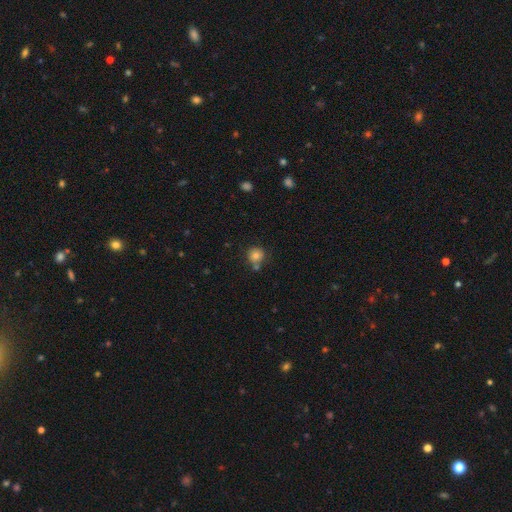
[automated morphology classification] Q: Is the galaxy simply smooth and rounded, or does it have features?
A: smooth — 78%.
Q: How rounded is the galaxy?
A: round — 90%.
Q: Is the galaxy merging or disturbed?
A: none — 68%.